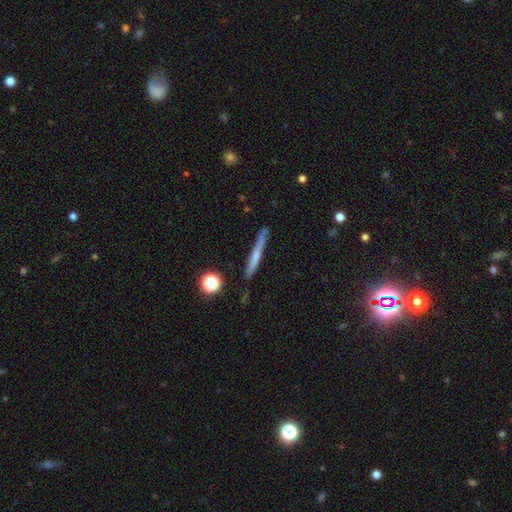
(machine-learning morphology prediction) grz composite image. It shows a featured or disk galaxy (47%). Merging: none (82%).